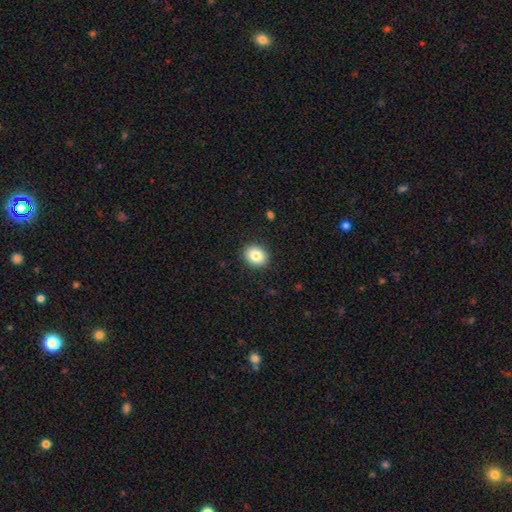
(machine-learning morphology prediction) A smooth galaxy with no disk features (85%) that is round (62%).

Vote fractions:
- Smooth or featured? smooth: 85% / star or artifact: 9% / featured or disk: 7%
- How rounded? round: 62% / in between: 37% / cigar-shaped: 1%
- Merging? none: 91% / minor disturbance: 6% / major disturbance: 2% / merger: 1%